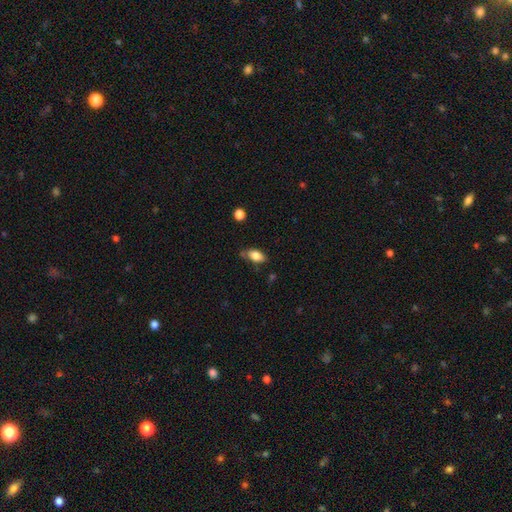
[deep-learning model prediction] This appears to be a smooth galaxy with no disk features (79%) that is in between round and cigar-shaped (88%). Merging: none (67%).